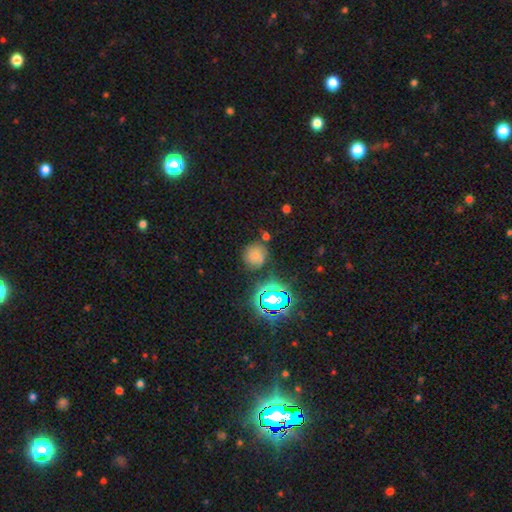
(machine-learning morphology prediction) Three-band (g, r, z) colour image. It shows a smooth galaxy with no disk features (62%) that is round (86%). Merging: none (70%).